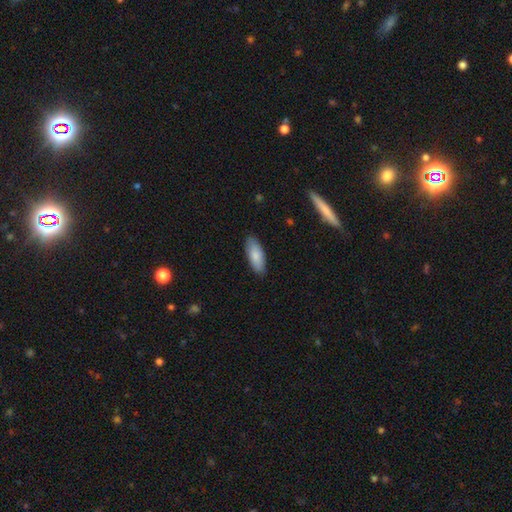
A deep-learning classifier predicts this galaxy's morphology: Smooth or featured? smooth (83%)
How rounded? in between (77%)
Merging? none (86%)